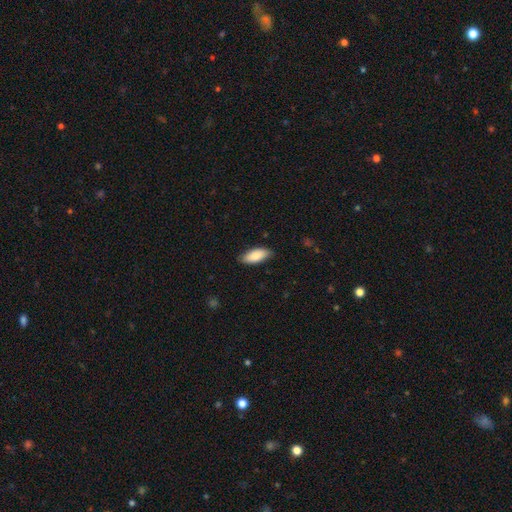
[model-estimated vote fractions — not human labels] A smooth galaxy with no disk features (86%) that is in between round and cigar-shaped (85%).

Vote fractions:
- Smooth or featured? smooth: 86% / featured or disk: 9% / star or artifact: 5%
- How rounded? in between: 85% / cigar-shaped: 13% / round: 2%
- Merging? none: 84% / minor disturbance: 13% / major disturbance: 2% / merger: 1%